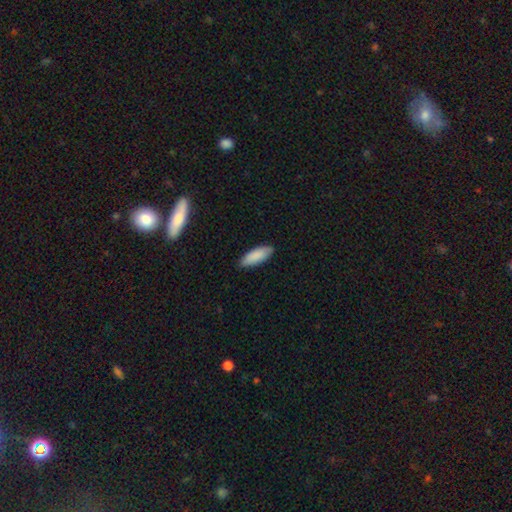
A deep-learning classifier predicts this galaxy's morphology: A smooth galaxy with no disk features (88%) that is in between round and cigar-shaped (66%). Merging: none (87%).